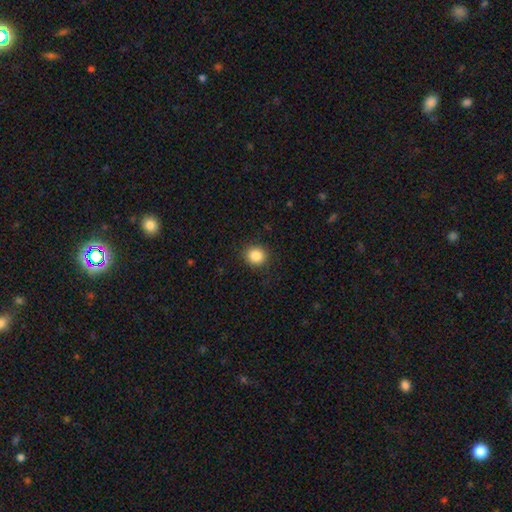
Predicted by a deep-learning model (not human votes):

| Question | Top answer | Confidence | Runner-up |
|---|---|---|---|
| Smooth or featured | smooth | 86% | star or artifact (10%) |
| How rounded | round | 87% | in between (13%) |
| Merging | none | 89% | minor disturbance (7%) |